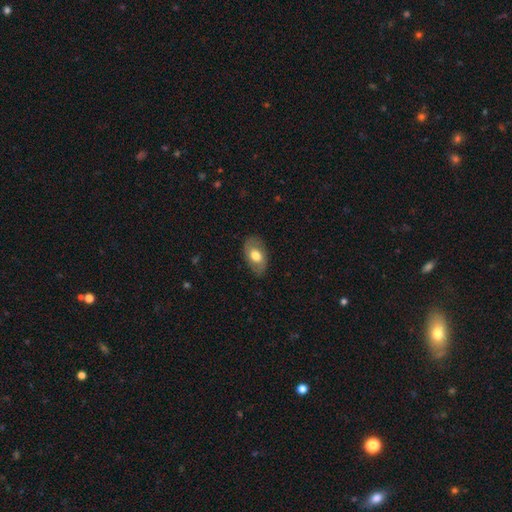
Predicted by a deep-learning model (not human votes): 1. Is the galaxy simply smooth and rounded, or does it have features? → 60% smooth, 34% featured or disk, 7% star or artifact.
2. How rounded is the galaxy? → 89% in between, 9% round, 2% cigar-shaped.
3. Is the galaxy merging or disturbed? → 79% none, 16% minor disturbance, 5% major disturbance, 1% merger.